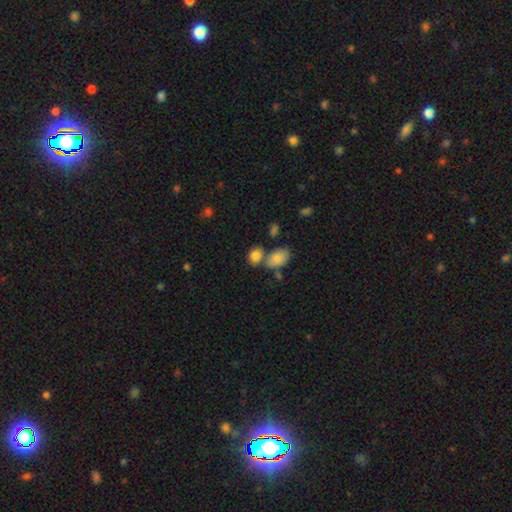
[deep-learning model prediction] This is clearly a smooth galaxy (83%). How rounded: likely in between (69%). Merging: possibly none (51%).